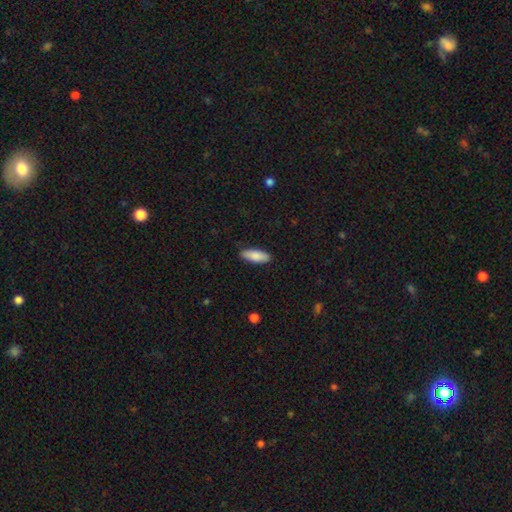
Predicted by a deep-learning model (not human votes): smooth-or-featured: smooth: 86% | featured or disk: 8% | star or artifact: 6%
  how-rounded: in between: 68% | cigar-shaped: 30% | round: 2%
  merging: none: 87% | minor disturbance: 10% | major disturbance: 2% | merger: 1%